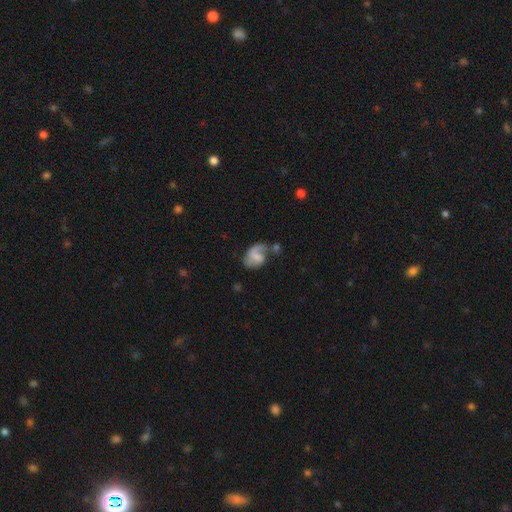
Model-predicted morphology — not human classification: featured or disk 54%, smooth 38%, star or artifact 8%. Down the decision tree: edge-on disk — no (97%); bar — weak (44%); spiral arms — yes (81%); bulge size — none (42%); merging — none (34%).